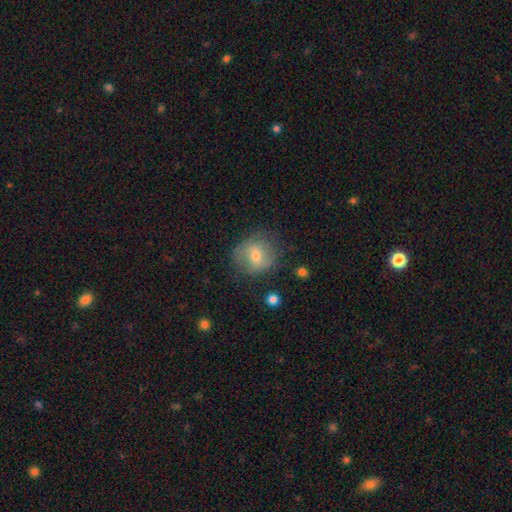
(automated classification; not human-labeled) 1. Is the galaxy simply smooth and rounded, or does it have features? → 56% smooth, 35% featured or disk, 9% star or artifact.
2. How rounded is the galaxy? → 78% round, 21% in between, 1% cigar-shaped.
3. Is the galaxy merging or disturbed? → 72% none, 19% minor disturbance, 7% major disturbance, 2% merger.